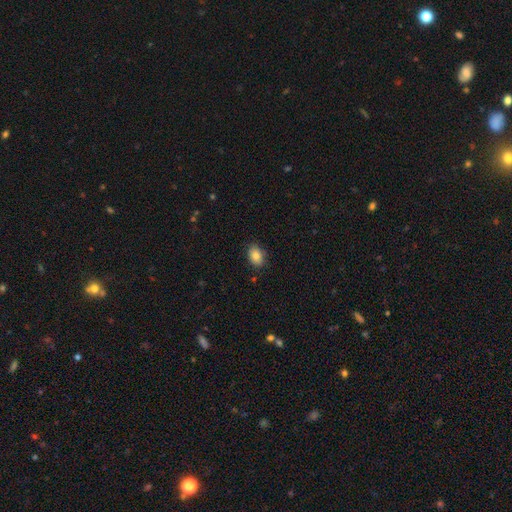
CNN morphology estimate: The model was most divided on "how rounded": in between: 81%, round: 18%, cigar-shaped: 1%. More confident: smooth or featured — smooth (84%); merging — none (83%).